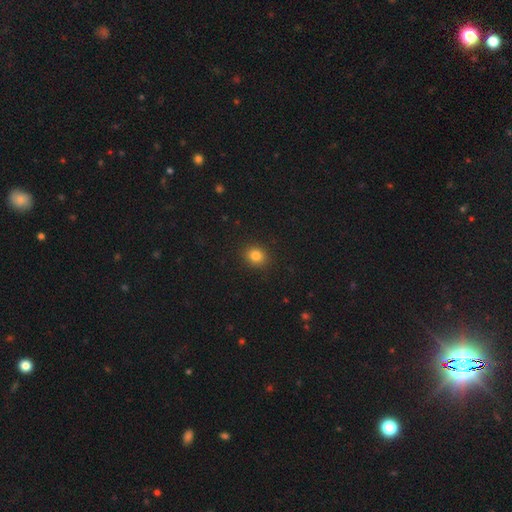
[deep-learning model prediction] smooth_or_featured: smooth (p=0.83) [alt: star or artifact p=0.12]
how_rounded: round (p=0.73) [alt: in between p=0.27]
merging: none (p=0.90) [alt: minor disturbance p=0.07]